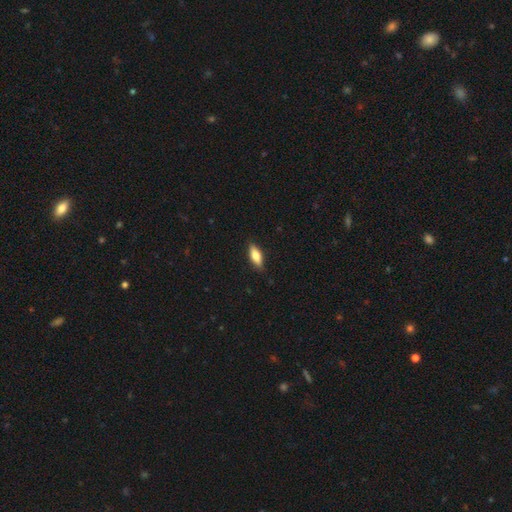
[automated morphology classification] This is likely a smooth galaxy (75%). How rounded: likely in between (73%). Merging: clearly none (87%).